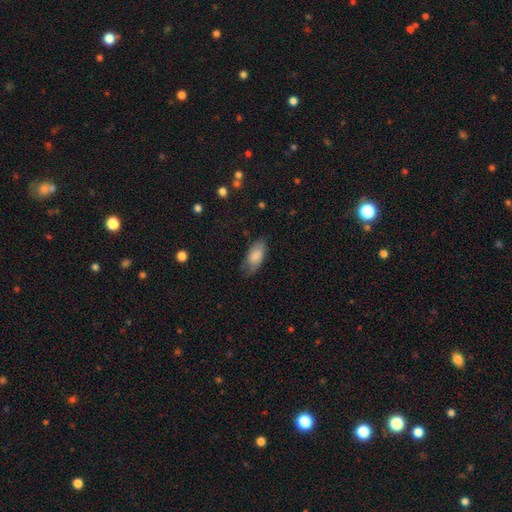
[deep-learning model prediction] Overall: smooth (80%). How rounded: in between (90%). Merging: none (69%).